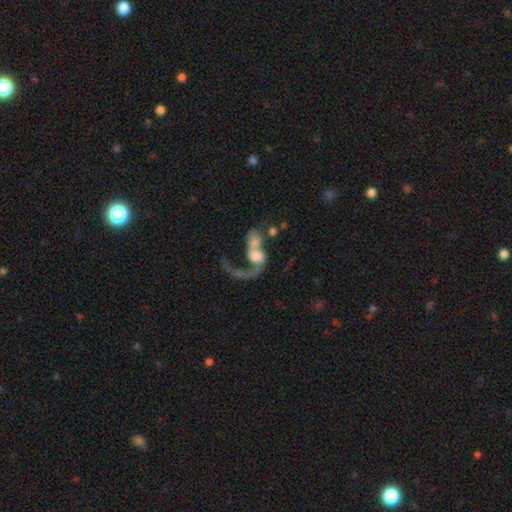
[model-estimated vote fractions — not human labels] Smooth or featured?
  - featured or disk: 64% *
  - smooth: 27%
  - star or artifact: 9%
Edge-on disk?
  - no: 96% *
  - yes: 4%
Bar?
  - no: 69% *
  - weak: 24%
  - strong: 7%
Spiral arms?
  - yes: 73% *
  - no: 27%
Bulge size?
  - moderate: 34% *
  - large: 28%
  - small: 16%
  - none: 15%
  - dominant: 7%
Merging?
  - merger: 52% *
  - major disturbance: 29%
  - none: 13%
  - minor disturbance: 6%